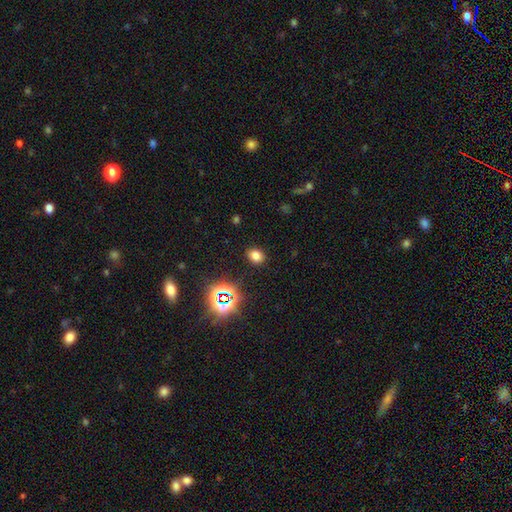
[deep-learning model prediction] A smooth galaxy with no disk features (72%) that is in between round and cigar-shaped (54%).

Vote fractions:
- Smooth or featured? smooth: 72% / star or artifact: 22% / featured or disk: 6%
- How rounded? in between: 54% / round: 44% / cigar-shaped: 1%
- Merging? none: 87% / minor disturbance: 8% / major disturbance: 3% / merger: 1%